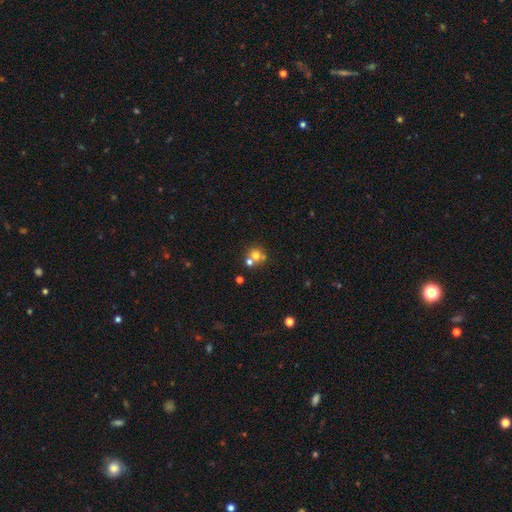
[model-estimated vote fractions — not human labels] smooth_or_featured: smooth (p=0.67) [alt: featured or disk p=0.18]
how_rounded: round (p=0.83) [alt: in between p=0.16]
merging: none (p=0.45) [alt: merger p=0.44]